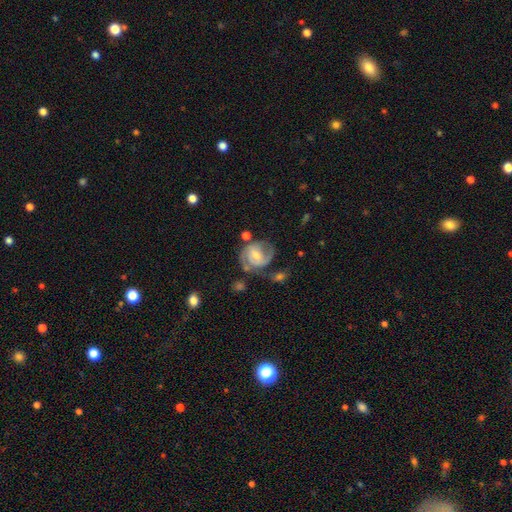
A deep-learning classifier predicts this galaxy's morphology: This is likely a featured or disk galaxy (79%). It is clearly not viewed edge-on (98%). Bar: possibly weak (50%). Spiral arm pattern: clearly yes (92%). Spiral arm count: likely 2 (68%). Spiral winding: possibly tight (45%). Central bulge: possibly moderate (48%). Merging: possibly none (54%).